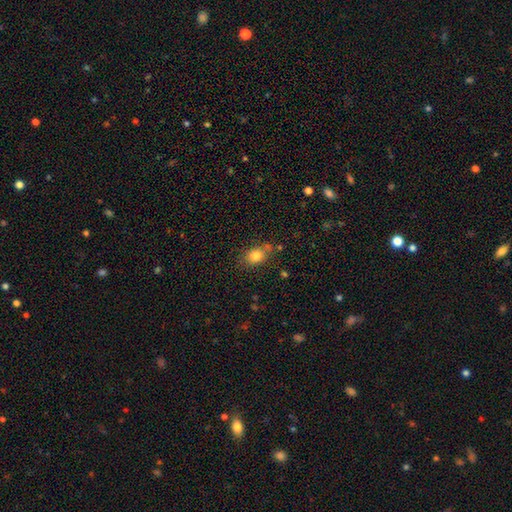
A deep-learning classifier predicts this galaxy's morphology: This appears to be a smooth galaxy with no disk features (81%) that is in between round and cigar-shaped (60%). Merging: none (67%).